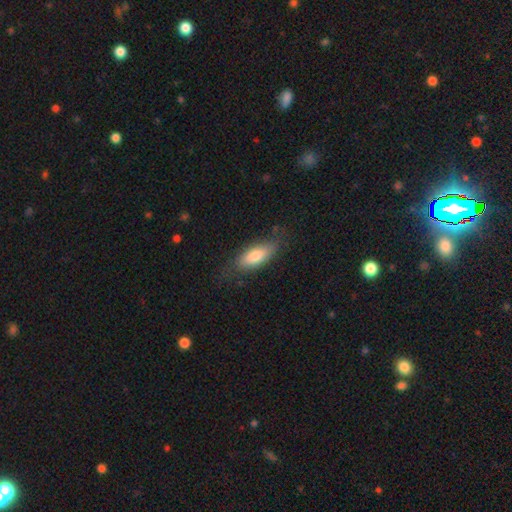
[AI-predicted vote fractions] Smooth or featured? Predicted: smooth (p=0.77). How rounded? Predicted: in between (p=0.73). Merging? Predicted: none (p=0.70).